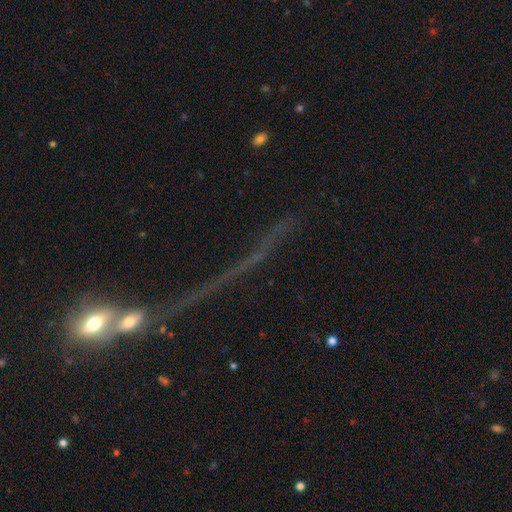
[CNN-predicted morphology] The model was most divided on "smooth or featured": star or artifact: 47%, featured or disk: 31%, smooth: 22%.